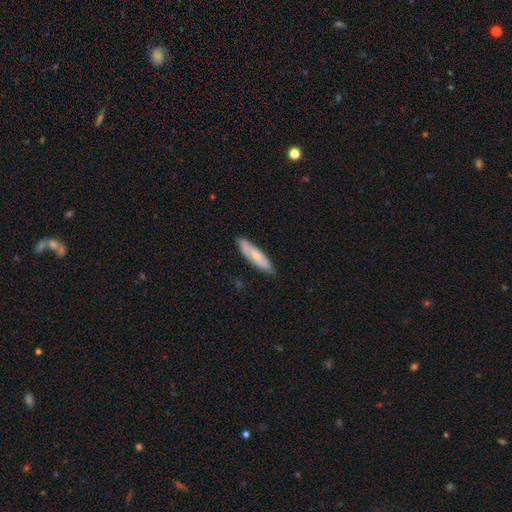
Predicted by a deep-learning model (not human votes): smooth-or-featured: smooth: 60% | featured or disk: 34% | star or artifact: 6%
  how-rounded: cigar-shaped: 69% | in between: 29% | round: 2%
  merging: none: 76% | minor disturbance: 19% | major disturbance: 3% | merger: 2%